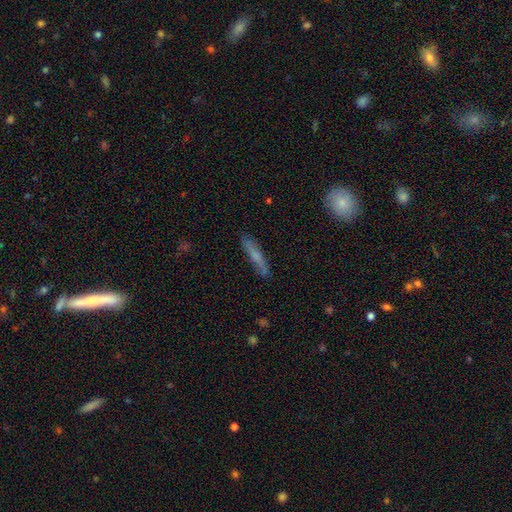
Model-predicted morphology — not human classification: A smooth galaxy with no disk features (55%) that is cigar-shaped (89%). Merging: none (84%).